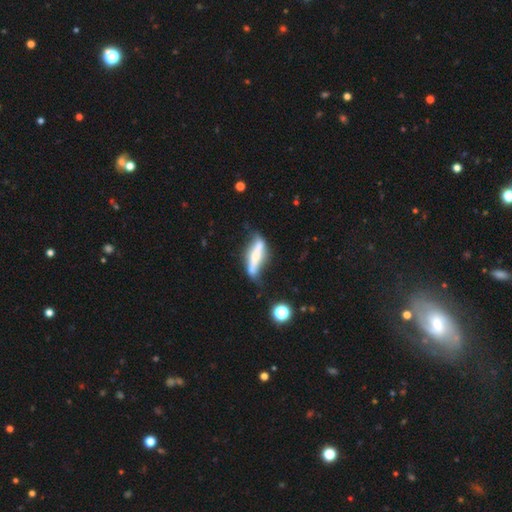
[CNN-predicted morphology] Smooth or featured? Predicted: featured or disk (p=0.52). Edge-on disk? Predicted: yes (p=0.62). Merging? Predicted: none (p=0.44).